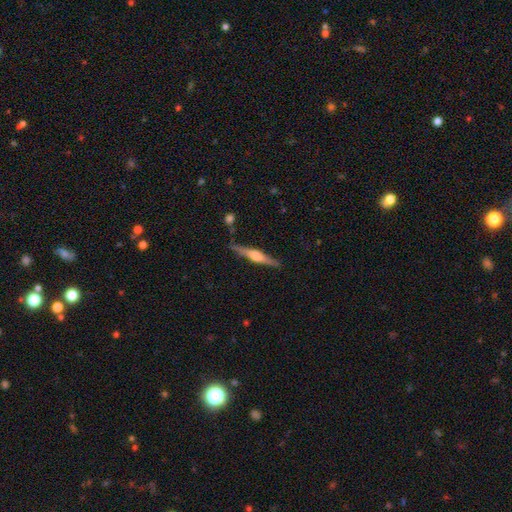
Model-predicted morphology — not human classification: Smooth or featured? Predicted: featured or disk (p=0.71). Edge-on disk? Predicted: yes (p=0.98). Edge-on bulge? Predicted: rounded (p=0.84). Merging? Predicted: none (p=0.84).